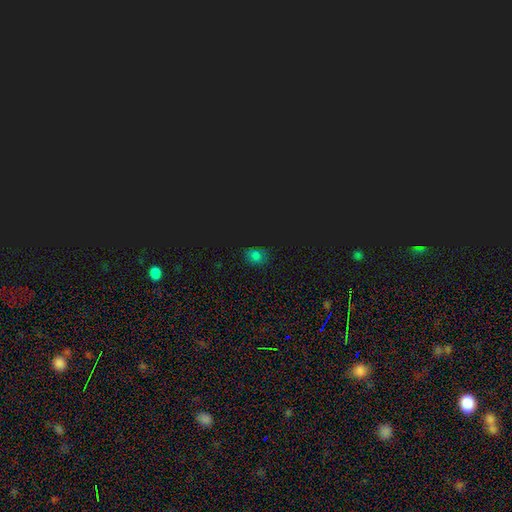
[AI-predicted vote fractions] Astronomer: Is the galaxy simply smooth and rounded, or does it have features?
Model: smooth — 60%.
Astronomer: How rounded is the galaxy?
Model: in between — 57% (runner-up: round, 41%).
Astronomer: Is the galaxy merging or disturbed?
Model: none — 75%.